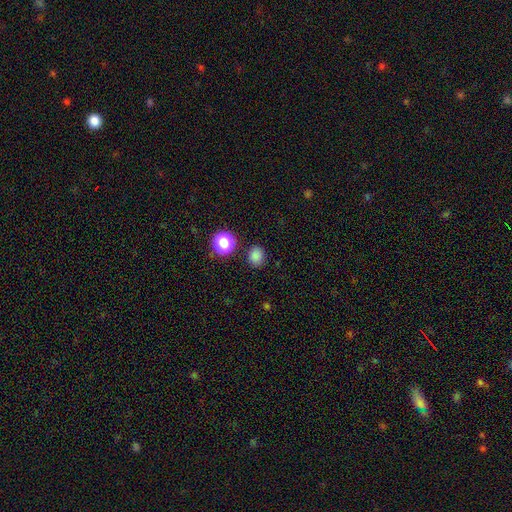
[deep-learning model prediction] A smooth galaxy with no disk features (81%) that is round (74%). Merging: none (85%).